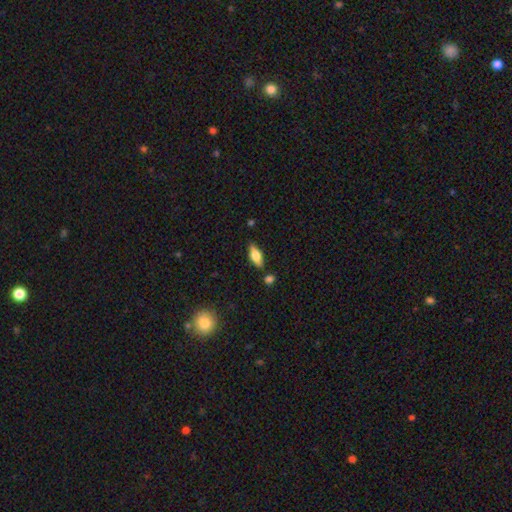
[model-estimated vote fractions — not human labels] This appears to be a smooth galaxy with no disk features (60%) that is in between round and cigar-shaped (73%). Merging: none (80%).